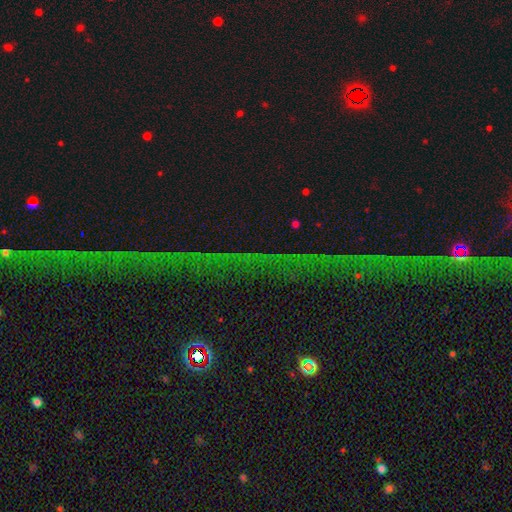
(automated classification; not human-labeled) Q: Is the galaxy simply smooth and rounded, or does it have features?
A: star or artifact — 77%.